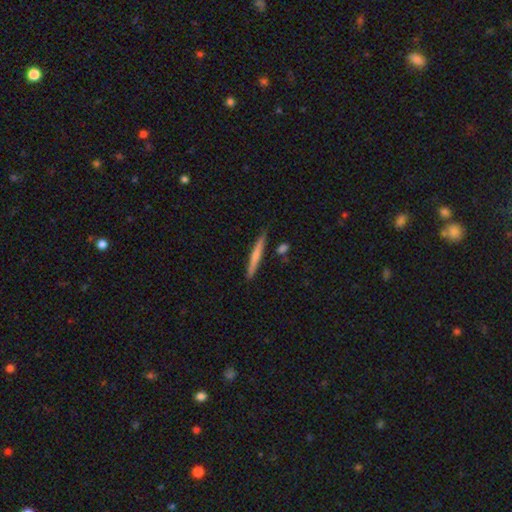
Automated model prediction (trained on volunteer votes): Smooth or featured? Predicted: smooth (p=0.61). How rounded? Predicted: cigar-shaped (p=0.96). Merging? Predicted: none (p=0.87).